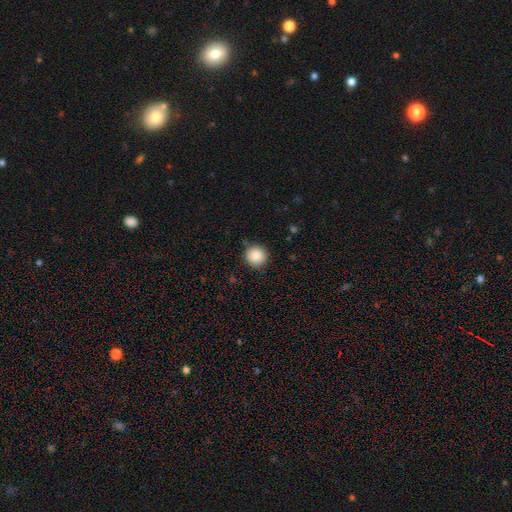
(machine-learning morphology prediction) smooth 88%, star or artifact 9%, featured or disk 3%. Down the decision tree: how rounded — round (94%); merging — none (87%).